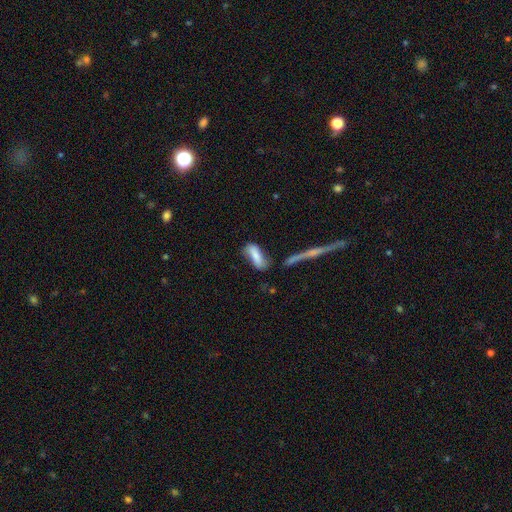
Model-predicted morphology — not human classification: This is likely a smooth galaxy (69%). How rounded: likely in between (66%). Merging: possibly none (48%).